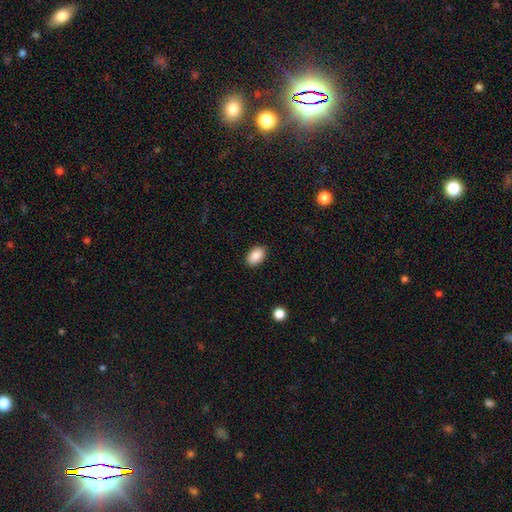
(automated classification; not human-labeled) Smooth or featured? Predicted: smooth (p=0.88). How rounded? Predicted: in between (p=0.90). Merging? Predicted: none (p=0.89).